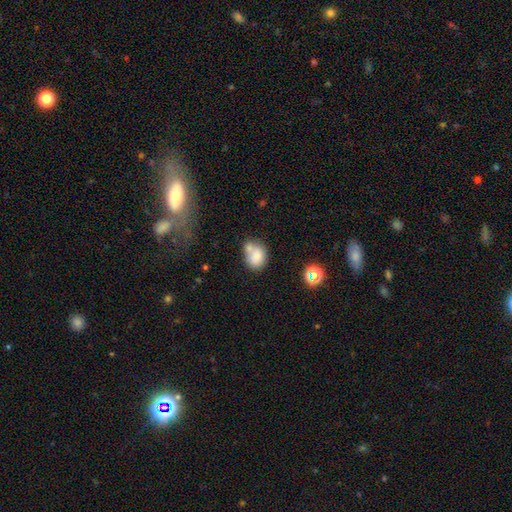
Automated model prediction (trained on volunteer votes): Overall: smooth (77%). How rounded: in between (50%; round 49%). Merging: merger (40%; none 38%).